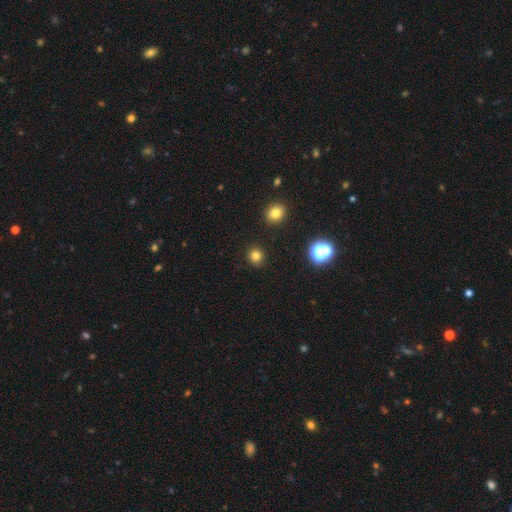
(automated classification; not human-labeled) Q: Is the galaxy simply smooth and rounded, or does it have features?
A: smooth — 79%.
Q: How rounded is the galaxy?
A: round — 87%.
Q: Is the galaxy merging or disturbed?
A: none — 90%.